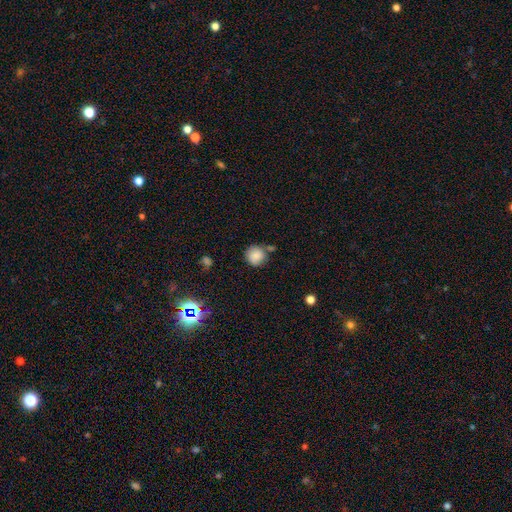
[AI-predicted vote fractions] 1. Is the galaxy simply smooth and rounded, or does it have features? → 84% smooth, 10% star or artifact, 6% featured or disk.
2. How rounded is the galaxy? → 92% round, 7% in between, 1% cigar-shaped.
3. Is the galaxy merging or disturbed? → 70% none, 15% minor disturbance, 11% merger, 4% major disturbance.